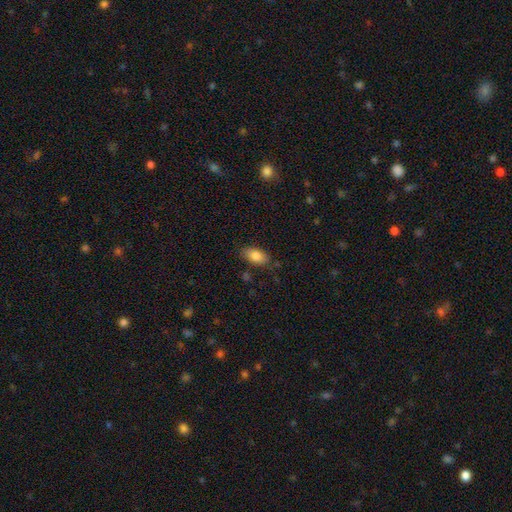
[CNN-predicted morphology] Smooth or featured? Predicted: smooth (p=0.83). How rounded? Predicted: in between (p=0.91). Merging? Predicted: none (p=0.82).